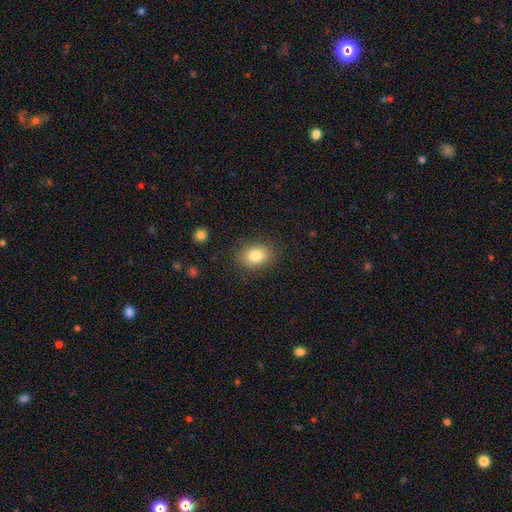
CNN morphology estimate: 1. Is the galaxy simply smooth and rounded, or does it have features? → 82% smooth, 9% star or artifact, 8% featured or disk.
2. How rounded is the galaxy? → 66% in between, 33% round, 1% cigar-shaped.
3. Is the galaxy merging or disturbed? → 86% none, 10% minor disturbance, 3% major disturbance, 1% merger.